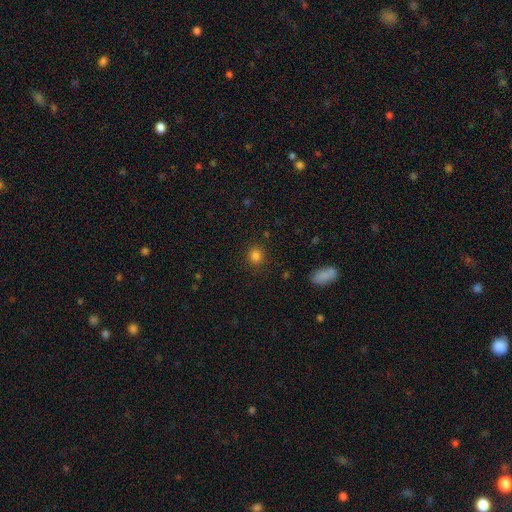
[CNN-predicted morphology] Smooth or featured? smooth (82%)
How rounded? round (83%)
Merging? none (88%)